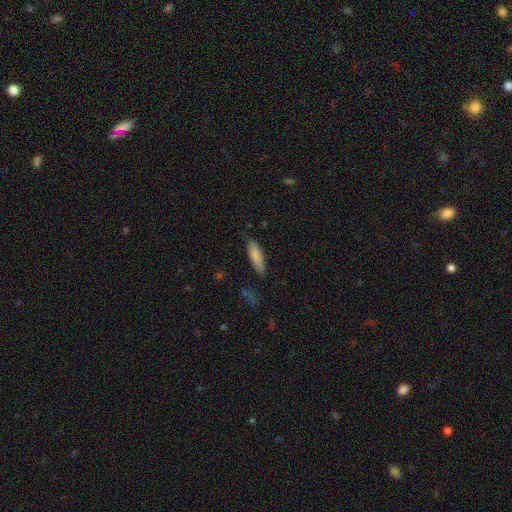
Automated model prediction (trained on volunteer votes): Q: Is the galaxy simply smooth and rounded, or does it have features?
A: smooth — 84%.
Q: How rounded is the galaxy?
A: in between — 51%.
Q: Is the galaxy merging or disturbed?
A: none — 77%.